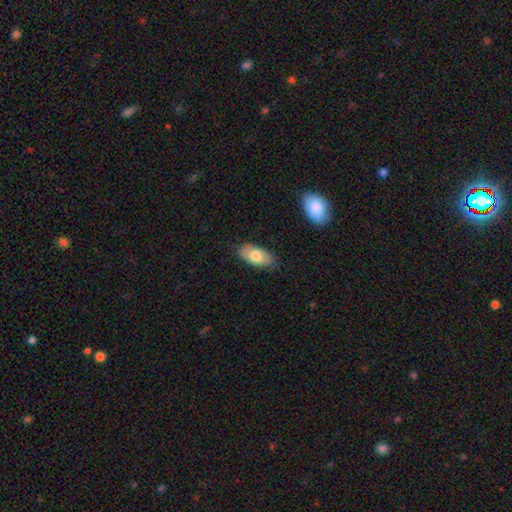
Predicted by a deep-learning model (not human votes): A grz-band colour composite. It shows a smooth galaxy with no disk features (76%) that is in between round and cigar-shaped (92%). Merging: none (80%).